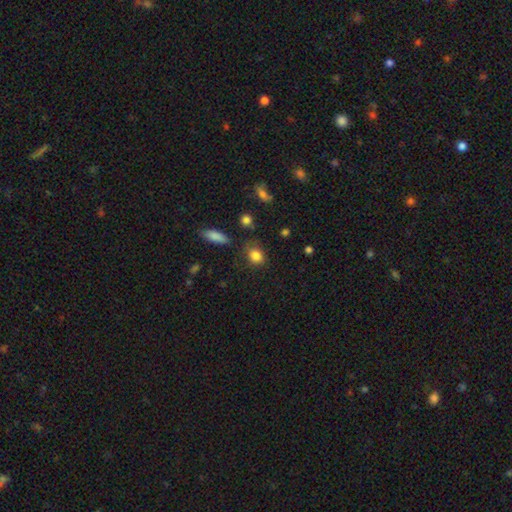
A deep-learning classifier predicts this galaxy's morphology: smooth-or-featured: smooth: 85% | star or artifact: 9% | featured or disk: 6%
  how-rounded: round: 50% | in between: 48% | cigar-shaped: 2%
  merging: none: 72% | minor disturbance: 19% | major disturbance: 5% | merger: 4%